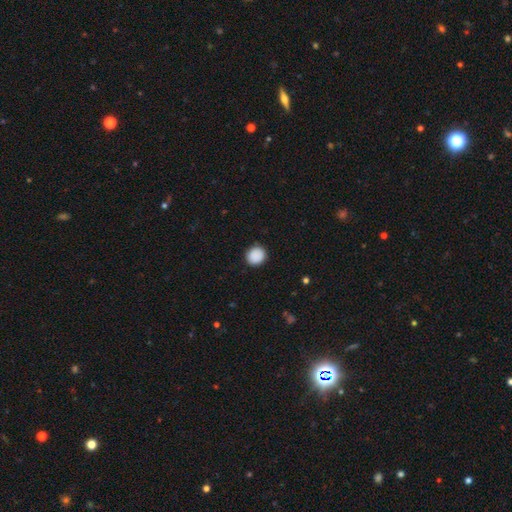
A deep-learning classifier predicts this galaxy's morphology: Smooth or featured? Predicted: smooth (p=0.90). How rounded? Predicted: round (p=0.86). Merging? Predicted: none (p=0.90).